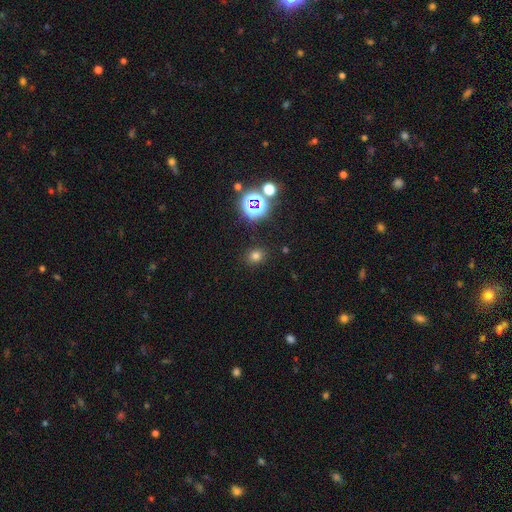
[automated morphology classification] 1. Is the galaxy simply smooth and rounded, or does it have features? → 71% smooth, 23% star or artifact, 7% featured or disk.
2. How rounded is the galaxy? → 73% round, 26% in between, 1% cigar-shaped.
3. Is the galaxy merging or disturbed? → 87% none, 8% minor disturbance, 3% major disturbance, 2% merger.